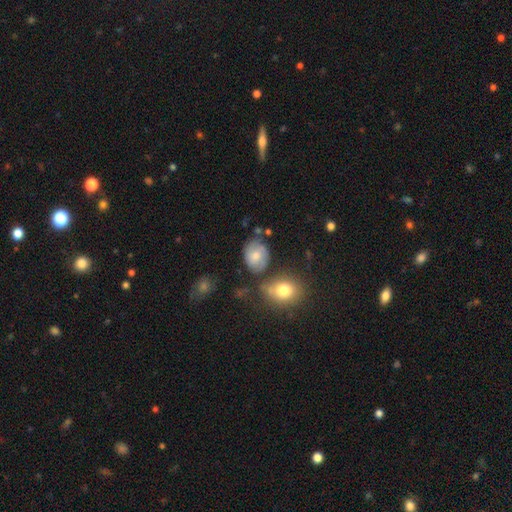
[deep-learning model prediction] smooth 58%, featured or disk 32%, star or artifact 9%. Down the decision tree: how rounded — in between (52%); merging — none (66%).